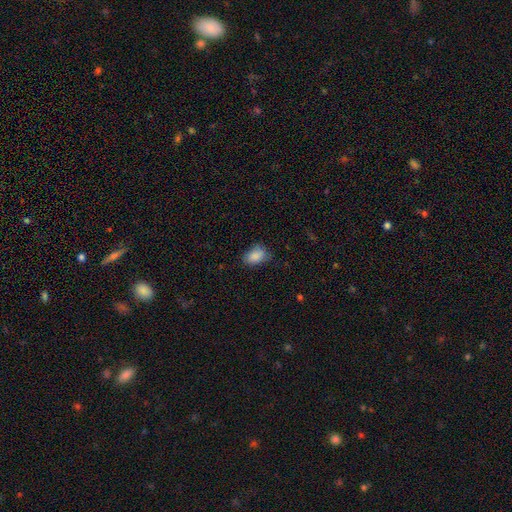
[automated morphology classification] A smooth galaxy with no disk features (87%) that is in between round and cigar-shaped (86%).

Vote fractions:
- Smooth or featured? smooth: 87% / star or artifact: 8% / featured or disk: 6%
- How rounded? in between: 86% / round: 13% / cigar-shaped: 1%
- Merging? none: 70% / minor disturbance: 24% / major disturbance: 5% / merger: 1%